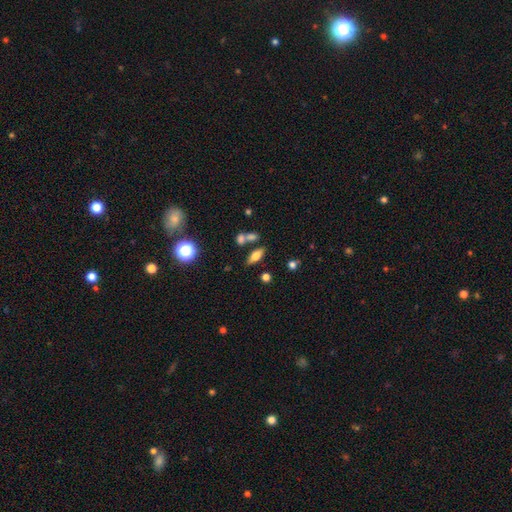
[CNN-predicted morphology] Smooth or featured: smooth — 63% (featured or disk — 25%)
How rounded: in between — 72% (cigar-shaped — 23%)
Merging: none — 70% (merger — 16%)